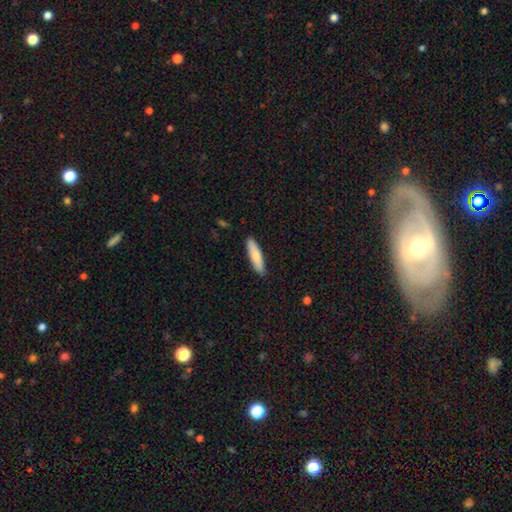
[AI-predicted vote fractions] This appears to be a smooth galaxy with no disk features (77%) that is cigar-shaped (72%). Merging: none (89%).